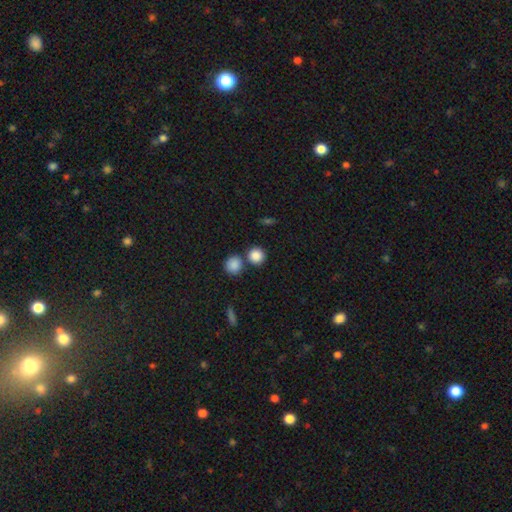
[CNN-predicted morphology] Q: Smooth or featured?
A: smooth (86%); runner-up: star or artifact (9%)
Q: How rounded?
A: round (90%); runner-up: in between (9%)
Q: Merging?
A: none (67%); runner-up: merger (22%)